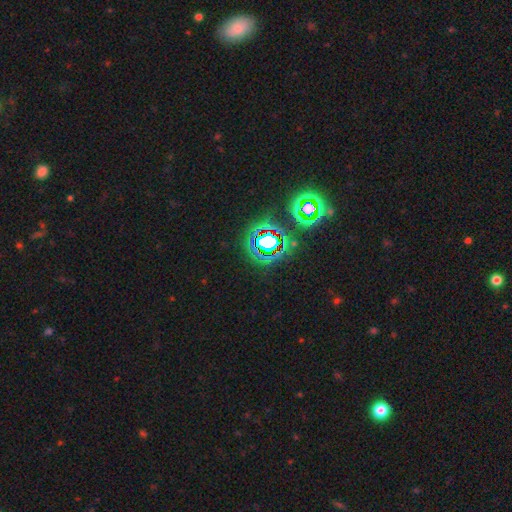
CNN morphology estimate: star or artifact 72%, smooth 19%, featured or disk 9%.